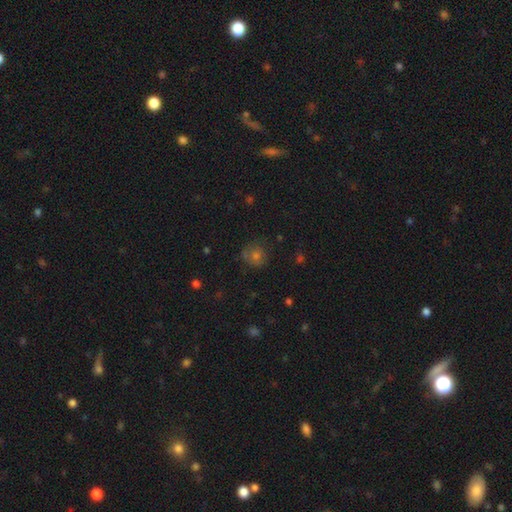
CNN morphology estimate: The model was most divided on "smooth or featured": smooth: 63%, star or artifact: 23%, featured or disk: 14%. More confident: how rounded — round (89%); merging — none (76%).